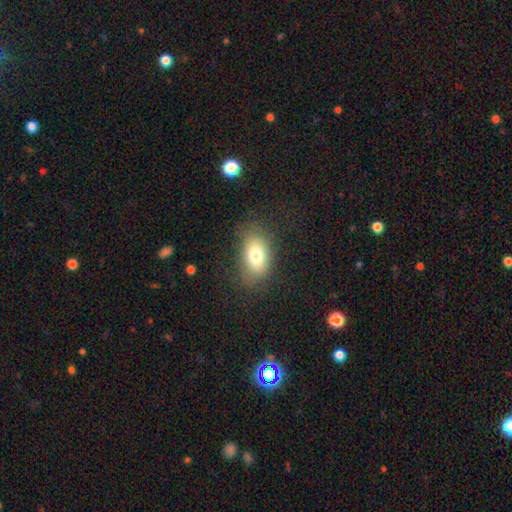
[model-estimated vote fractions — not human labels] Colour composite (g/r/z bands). It shows a smooth galaxy with no disk features (77%) that is in between round and cigar-shaped (86%). Merging: none (77%).